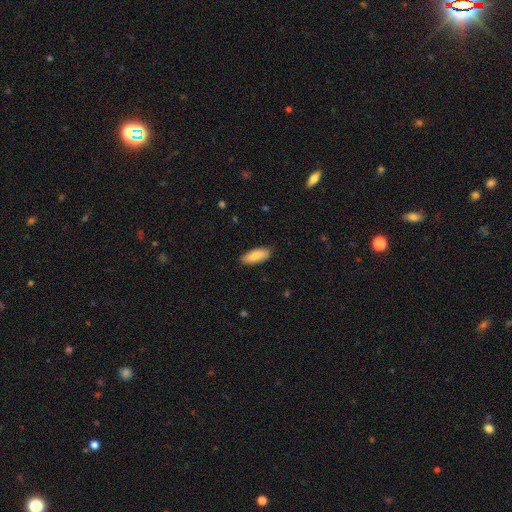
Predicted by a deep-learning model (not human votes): Morphology: type=smooth (84%); roundness=in between (82%); merging=none (87%).